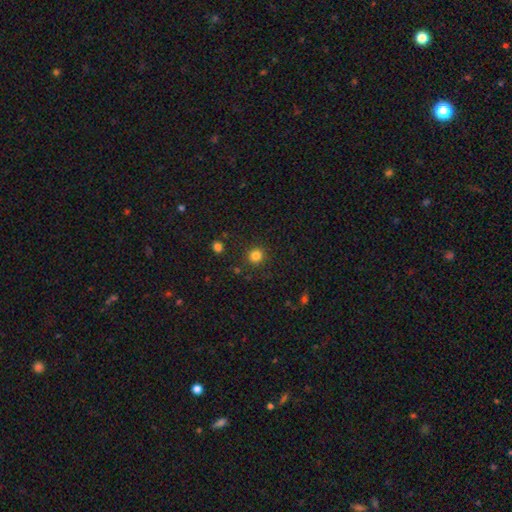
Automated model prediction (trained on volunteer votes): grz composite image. It shows a smooth galaxy with no disk features (82%) that is round (92%). Merging: none (89%).